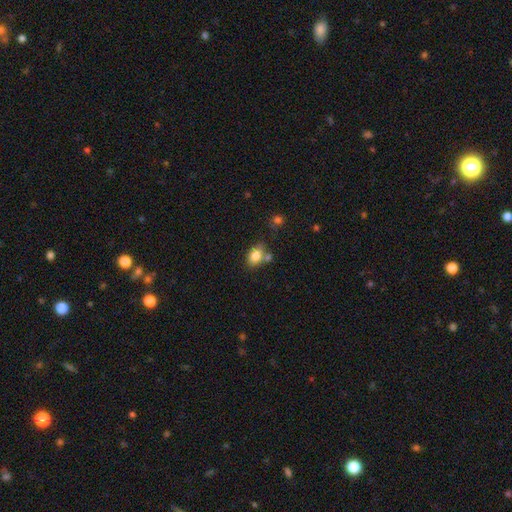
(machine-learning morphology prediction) The model was most divided on "merging": none: 55%, merger: 21%, minor disturbance: 19%, major disturbance: 6%. More confident: smooth or featured — smooth (82%); how rounded — in between (71%).